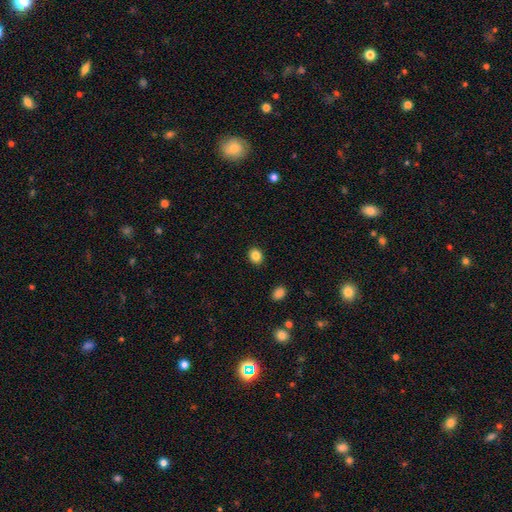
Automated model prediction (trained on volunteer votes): Smooth or featured: smooth — 85% (star or artifact — 10%)
How rounded: round — 65% (in between — 34%)
Merging: none — 91% (minor disturbance — 6%)